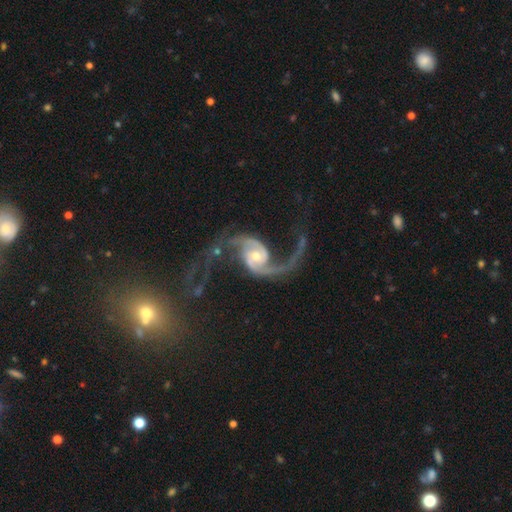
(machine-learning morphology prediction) A featured or disk galaxy (92%) with no bar (56%), 2 (92%) loose (69%) spiral arms (98%) and a moderate central bulge (60%). Merging: none (52%).